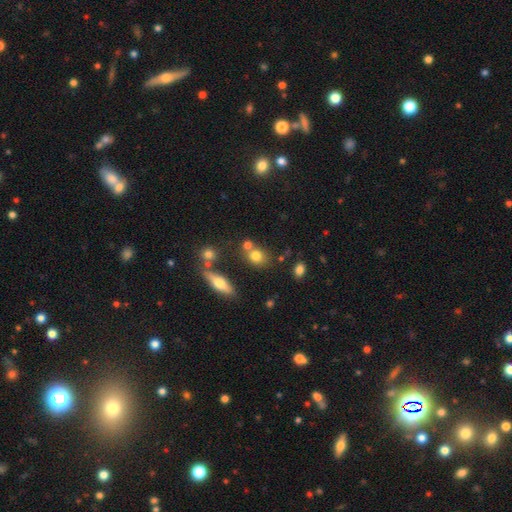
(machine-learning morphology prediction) This appears to be a smooth galaxy with no disk features (74%) that is round (60%). Merging: none (57%).